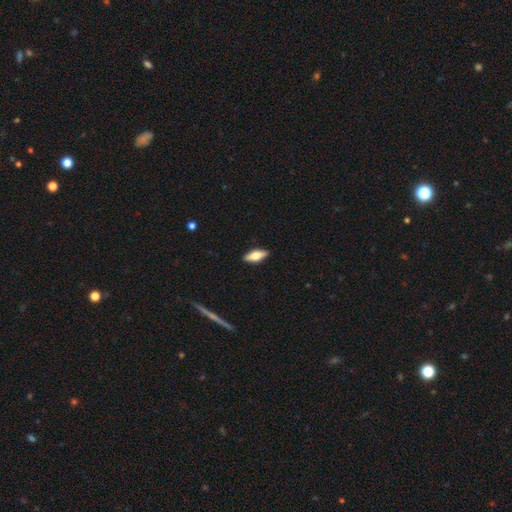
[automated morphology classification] Q: Smooth or featured?
A: smooth (59%); runner-up: featured or disk (35%)
Q: How rounded?
A: in between (68%); runner-up: cigar-shaped (29%)
Q: Merging?
A: none (89%); runner-up: minor disturbance (8%)